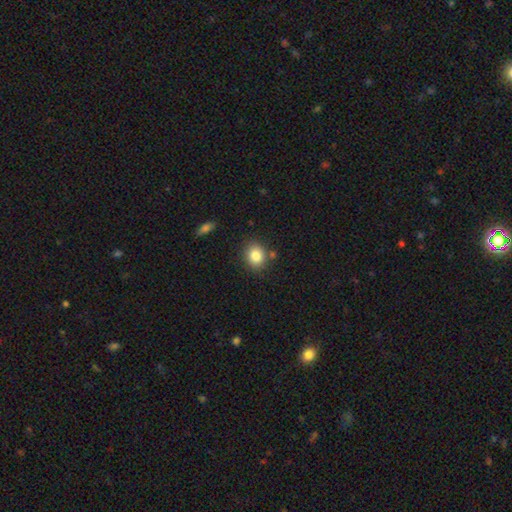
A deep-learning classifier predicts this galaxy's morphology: Overall: smooth (83%). How rounded: round (65%; in between 34%). Merging: none (81%).